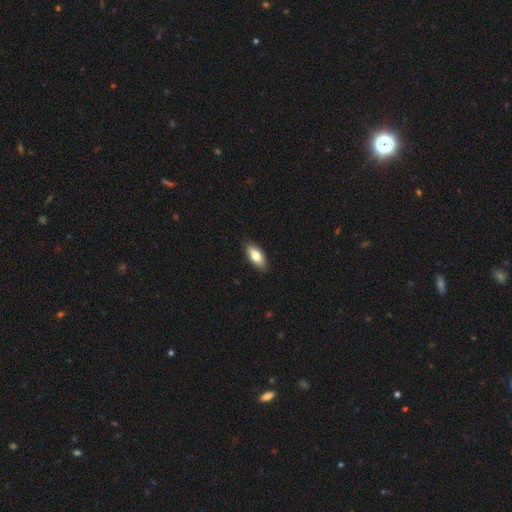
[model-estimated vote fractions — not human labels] Overall: smooth (76%). How rounded: in between (86%). Merging: none (89%).